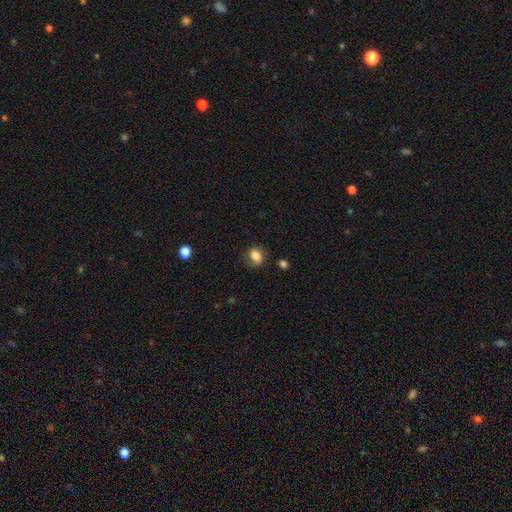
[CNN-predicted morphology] Overall: smooth (81%). How rounded: in between (64%; round 34%). Merging: none (73%).